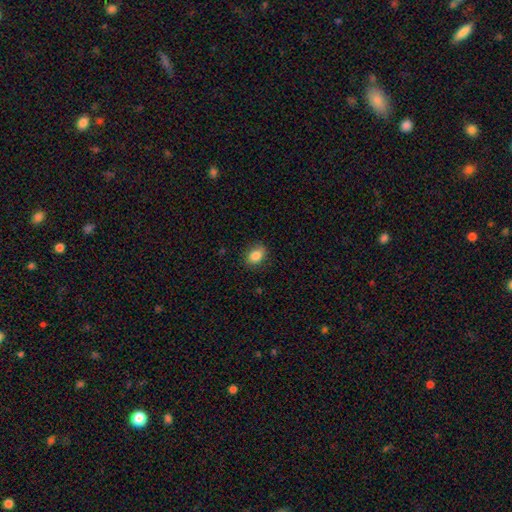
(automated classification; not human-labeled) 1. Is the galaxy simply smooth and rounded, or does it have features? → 86% smooth, 9% star or artifact, 5% featured or disk.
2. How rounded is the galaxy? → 76% in between, 22% round, 2% cigar-shaped.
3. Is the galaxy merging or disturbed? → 83% none, 13% minor disturbance, 3% major disturbance, 1% merger.